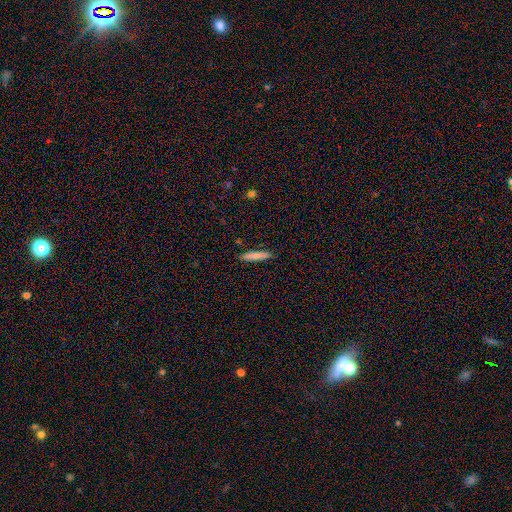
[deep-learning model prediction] Overall: smooth (79%). How rounded: cigar-shaped (86%). Merging: none (89%).